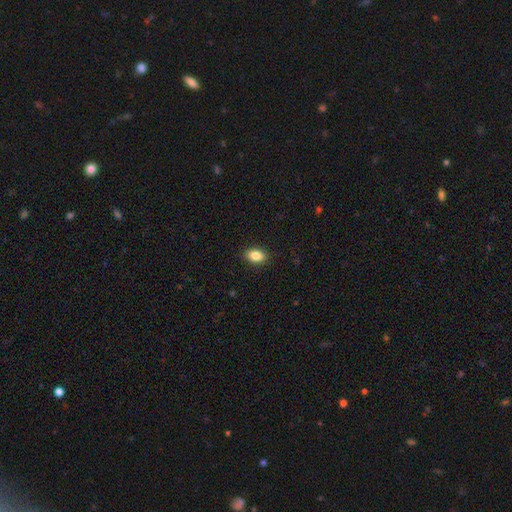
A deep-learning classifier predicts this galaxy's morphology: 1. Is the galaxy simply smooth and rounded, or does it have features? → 85% smooth, 8% star or artifact, 6% featured or disk.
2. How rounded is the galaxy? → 85% in between, 13% round, 2% cigar-shaped.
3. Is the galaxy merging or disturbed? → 90% none, 8% minor disturbance, 2% major disturbance, 1% merger.